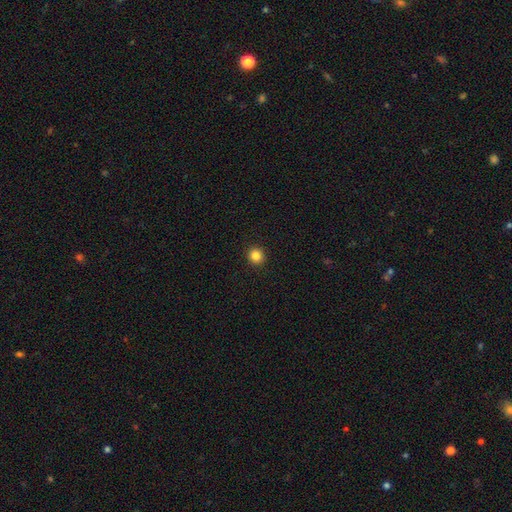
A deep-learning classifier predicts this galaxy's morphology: Smooth or featured?
  - smooth: 84% *
  - star or artifact: 11%
  - featured or disk: 4%
How rounded?
  - round: 93% *
  - in between: 6%
  - cigar-shaped: 1%
Merging?
  - none: 93% *
  - minor disturbance: 4%
  - major disturbance: 2%
  - merger: 1%